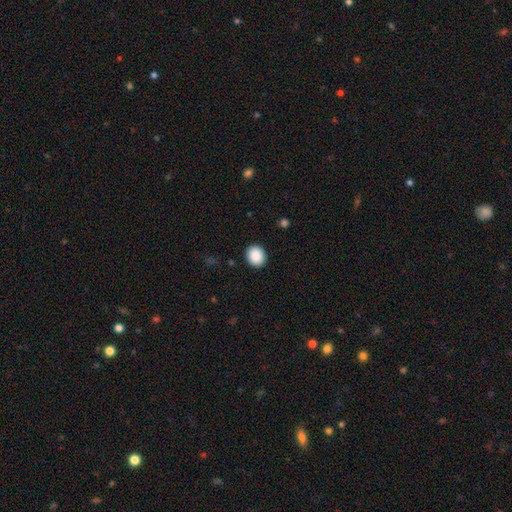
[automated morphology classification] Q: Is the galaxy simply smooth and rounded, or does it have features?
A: smooth — 90%.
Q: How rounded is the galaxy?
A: round — 68%.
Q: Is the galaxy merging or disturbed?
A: none — 91%.